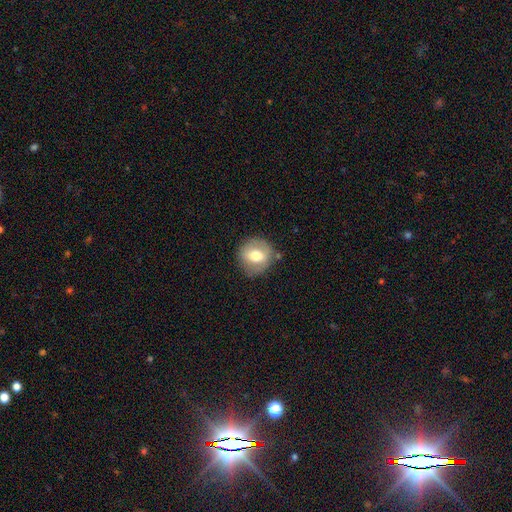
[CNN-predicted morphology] This appears to be a smooth galaxy with no disk features (63%) that is round (87%). Merging: none (78%).